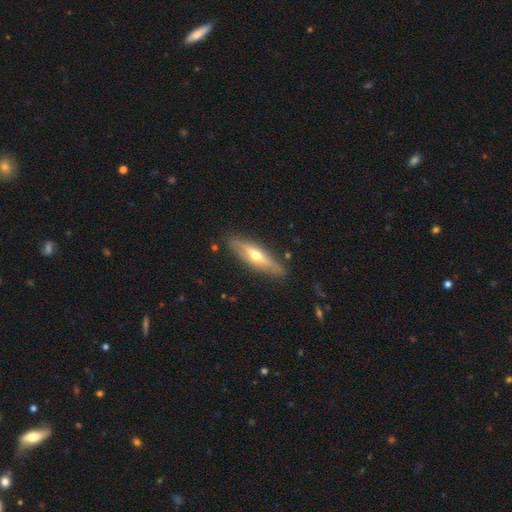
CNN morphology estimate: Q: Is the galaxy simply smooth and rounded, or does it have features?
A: featured or disk — 58%.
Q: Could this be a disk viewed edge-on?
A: yes — 84%.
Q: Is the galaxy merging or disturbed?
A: none — 84%.